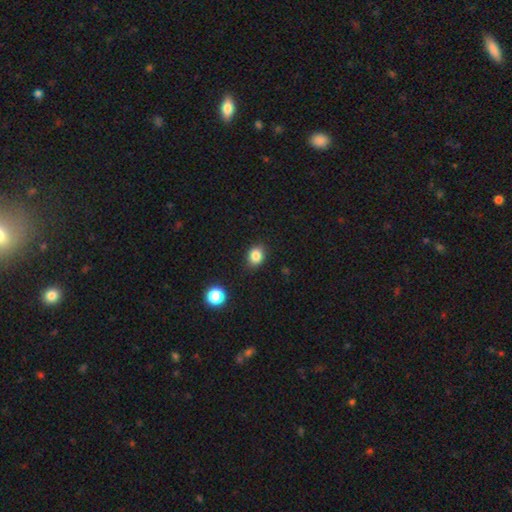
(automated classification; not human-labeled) Smooth or featured?
  - smooth: 84% *
  - star or artifact: 11%
  - featured or disk: 5%
How rounded?
  - round: 55% *
  - in between: 44%
  - cigar-shaped: 1%
Merging?
  - none: 87% *
  - minor disturbance: 9%
  - major disturbance: 2%
  - merger: 2%